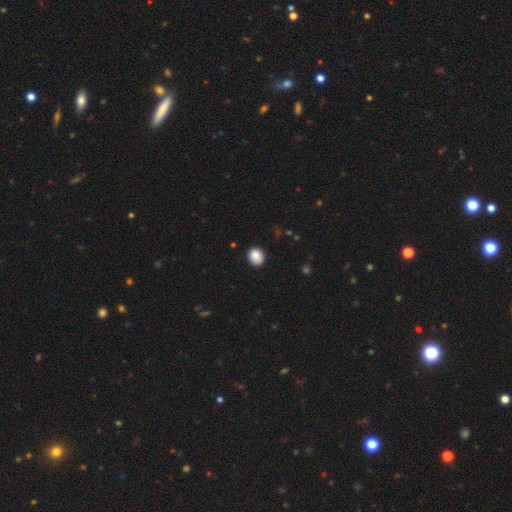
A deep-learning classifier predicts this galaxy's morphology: smooth-or-featured: smooth: 87% | star or artifact: 9% | featured or disk: 4%
  how-rounded: round: 77% | in between: 22% | cigar-shaped: 1%
  merging: none: 88% | minor disturbance: 9% | major disturbance: 2% | merger: 1%